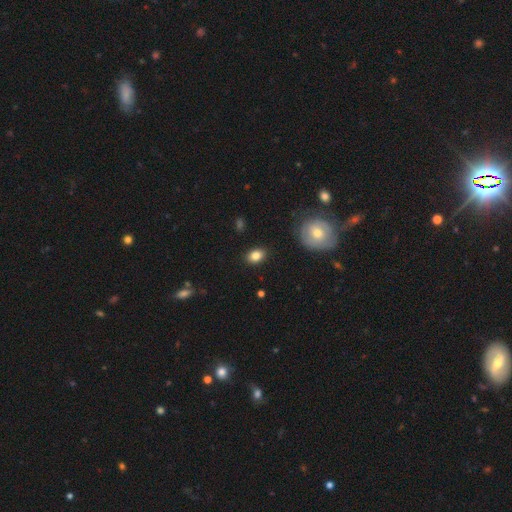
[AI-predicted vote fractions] Smooth or featured? smooth (84%)
How rounded? in between (75%)
Merging? none (88%)